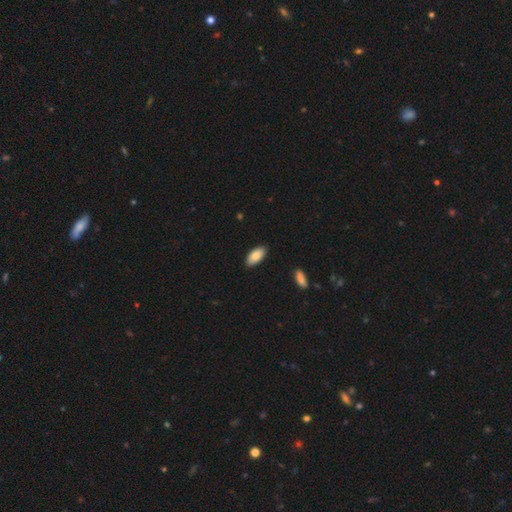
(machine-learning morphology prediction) The model was most divided on "smooth or featured": smooth: 84%, featured or disk: 10%, star or artifact: 6%. More confident: how rounded — in between (91%); merging — none (88%).